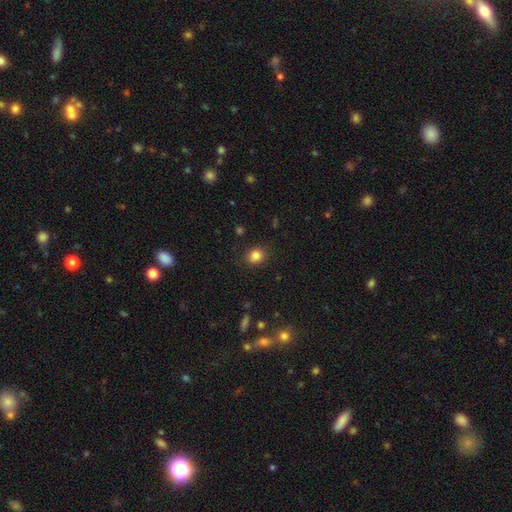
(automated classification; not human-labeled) This appears to be a smooth galaxy with no disk features (84%) that is round (67%). Merging: none (85%).